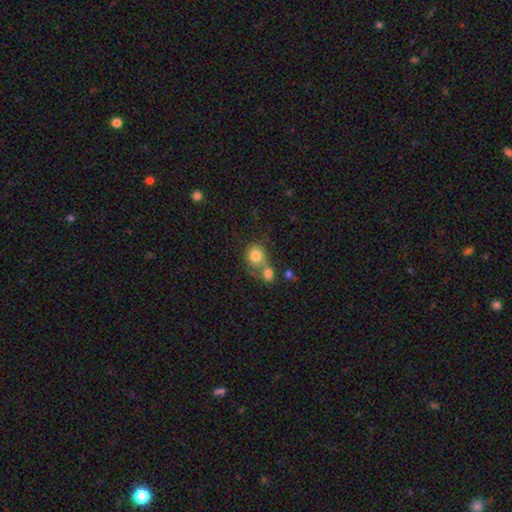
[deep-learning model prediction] smooth_or_featured: smooth (p=0.81) [alt: featured or disk p=0.10]
how_rounded: round (p=0.77) [alt: in between p=0.22]
merging: merger (p=0.50) [alt: none p=0.35]